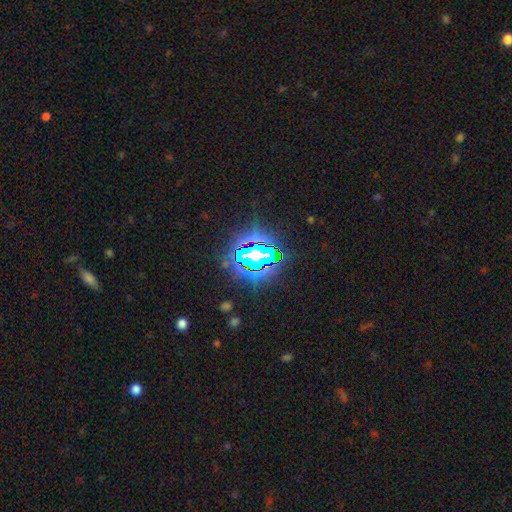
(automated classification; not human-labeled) Morphology: type=star or artifact (80%).